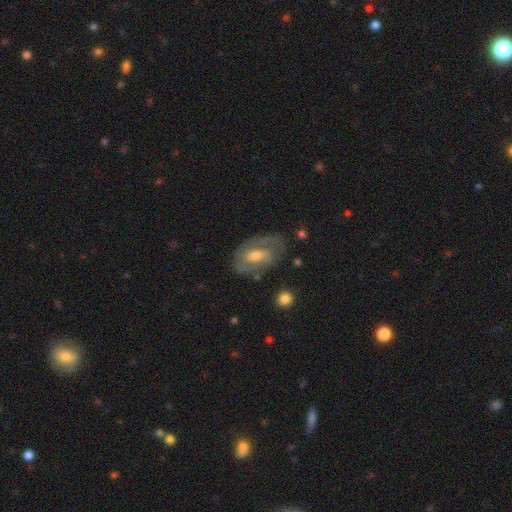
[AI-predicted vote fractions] A featured or disk galaxy (79%) with a weak bar (47%), 2 (68%) tight (46%) spiral arms (88%) and a moderate central bulge (60%).

Vote fractions:
- Smooth or featured? featured or disk: 79% / smooth: 15% / star or artifact: 6%
- Edge-on disk? no: 95% / yes: 5%
- Bar? weak: 47% / no: 30% / strong: 23%
- Spiral arms? yes: 88% / no: 12%
- Spiral winding? tight: 46% / medium: 42% / loose: 12%
- Spiral arm count? 2: 68% / can't tell: 17% / 1: 6% / 3: 6% / 4: 2% / more than 4: 2%
- Bulge size? moderate: 60% / small: 30% / large: 6% / none: 2% / dominant: 1%
- Merging? none: 70% / minor disturbance: 19% / major disturbance: 9% / merger: 2%